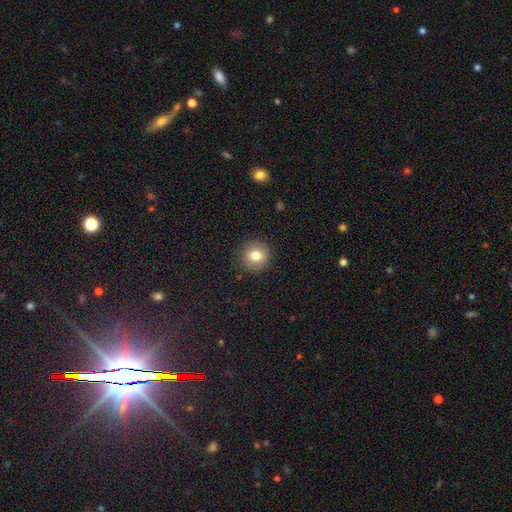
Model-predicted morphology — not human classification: Smooth or featured? smooth (79%)
How rounded? round (88%)
Merging? none (89%)